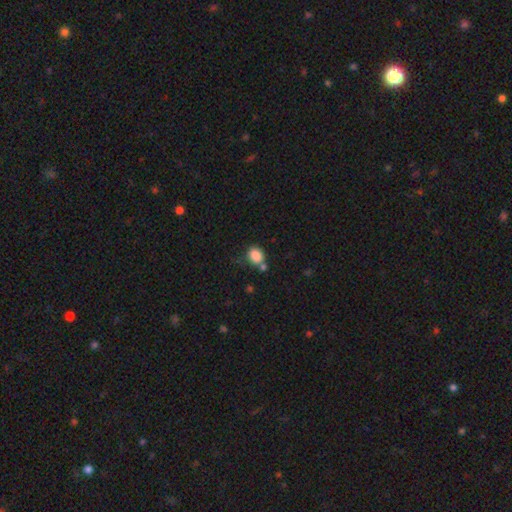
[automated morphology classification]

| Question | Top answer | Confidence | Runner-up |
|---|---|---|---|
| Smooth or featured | smooth | 85% | star or artifact (10%) |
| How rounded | round | 65% | in between (34%) |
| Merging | none | 59% | merger (19%) |